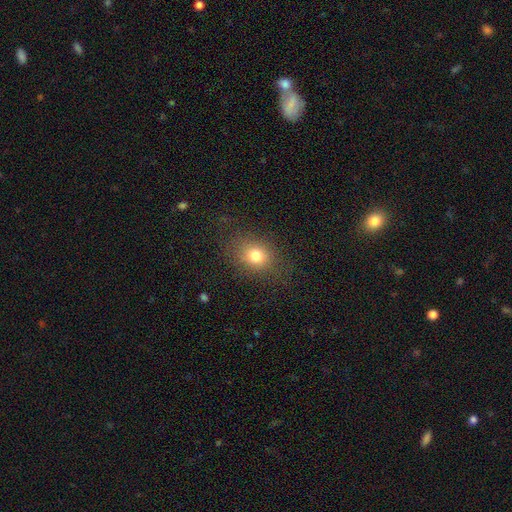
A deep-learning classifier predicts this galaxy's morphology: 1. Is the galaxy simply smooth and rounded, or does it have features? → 77% smooth, 13% star or artifact, 10% featured or disk.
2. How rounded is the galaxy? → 54% round, 45% in between, 1% cigar-shaped.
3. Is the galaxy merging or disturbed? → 79% none, 13% minor disturbance, 7% major disturbance, 1% merger.